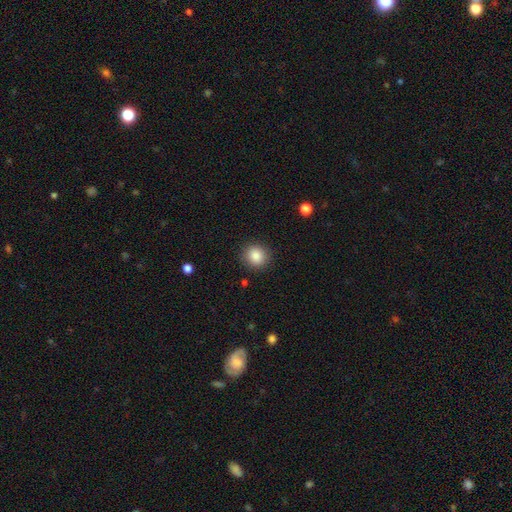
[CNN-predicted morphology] This appears to be a smooth galaxy with no disk features (87%) that is round (87%). Merging: none (90%).